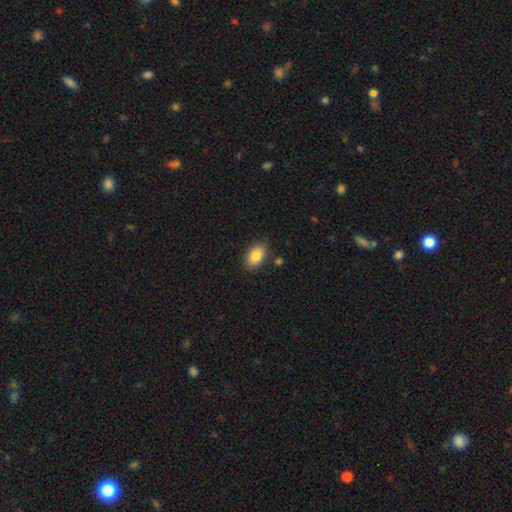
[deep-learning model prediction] A smooth galaxy with no disk features (86%) that is in between round and cigar-shaped (89%).

Vote fractions:
- Smooth or featured? smooth: 86% / star or artifact: 7% / featured or disk: 7%
- How rounded? in between: 89% / round: 9% / cigar-shaped: 2%
- Merging? none: 84% / minor disturbance: 11% / merger: 3% / major disturbance: 3%